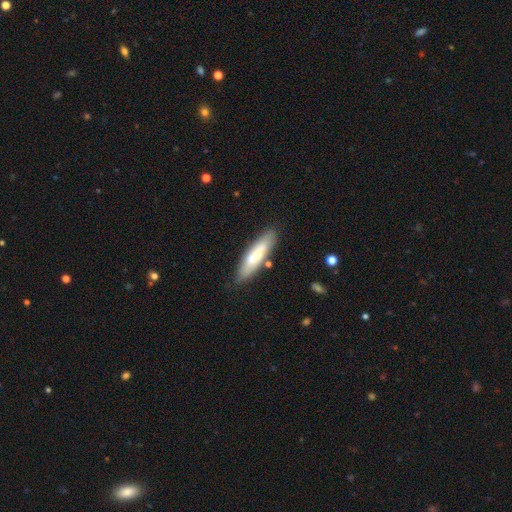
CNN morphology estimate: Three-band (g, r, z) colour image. It shows a smooth galaxy with no disk features (67%) that is cigar-shaped (70%). Merging: none (80%).